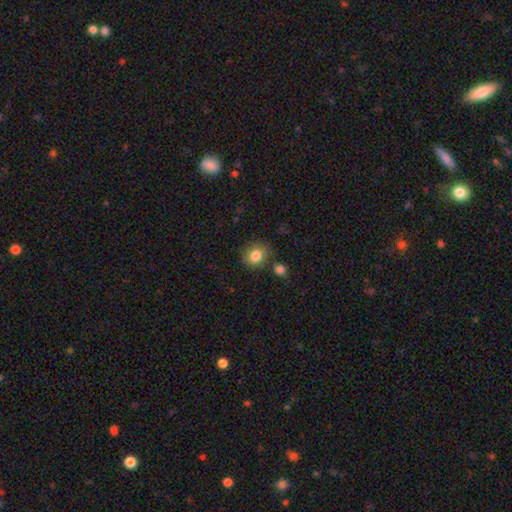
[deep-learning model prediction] This appears to be a smooth galaxy with no disk features (83%) that is round (72%). Merging: none (77%).